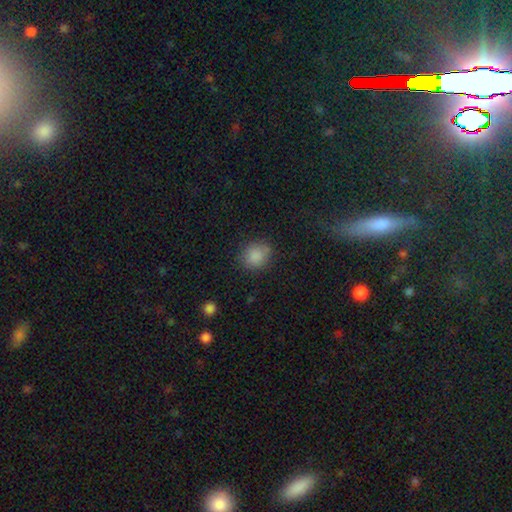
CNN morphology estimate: Smooth or featured: smooth — 84% (star or artifact — 10%)
How rounded: round — 75% (in between — 24%)
Merging: none — 76% (minor disturbance — 16%)